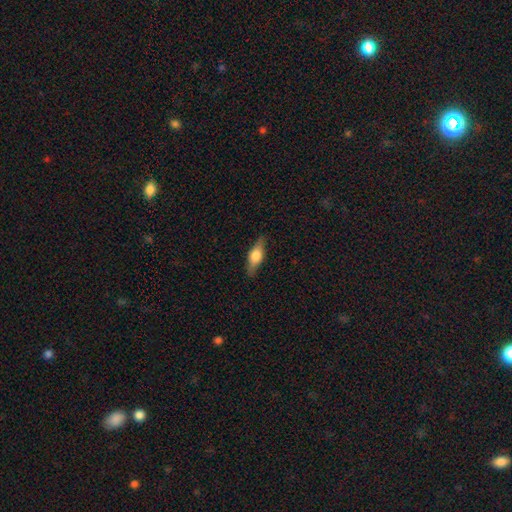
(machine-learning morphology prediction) Smooth or featured? smooth (52%)
How rounded? in between (57%)
Merging? none (86%)